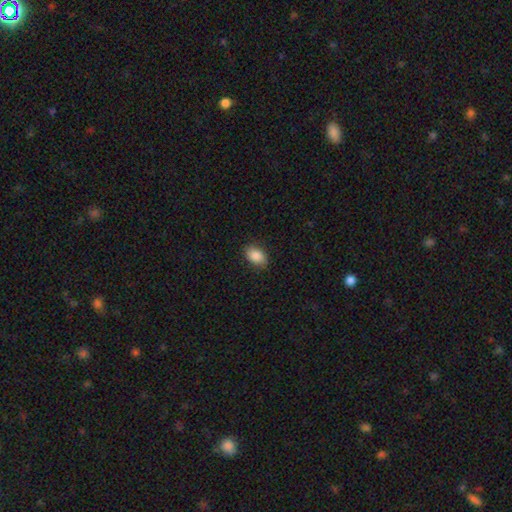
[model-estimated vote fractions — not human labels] smooth_or_featured: smooth (p=0.88) [alt: star or artifact p=0.07]
how_rounded: in between (p=0.88) [alt: round p=0.11]
merging: none (p=0.87) [alt: minor disturbance p=0.10]